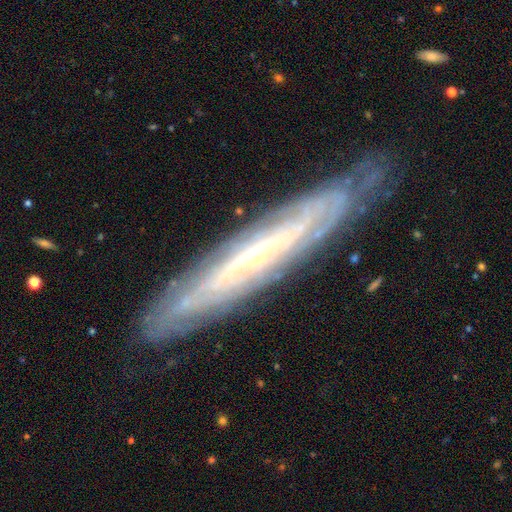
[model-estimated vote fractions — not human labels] A featured or disk galaxy (81%) viewed edge-on (51%). Merging: none (82%).